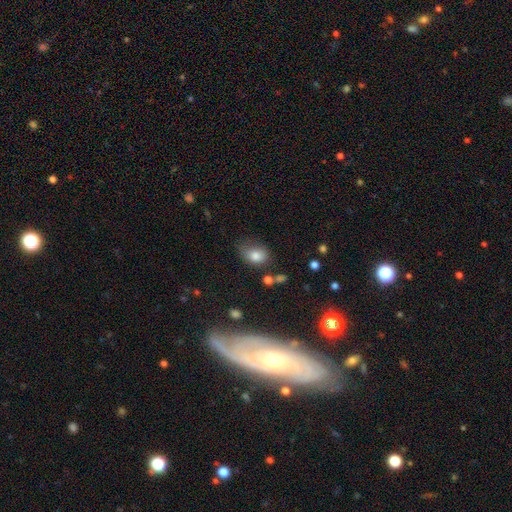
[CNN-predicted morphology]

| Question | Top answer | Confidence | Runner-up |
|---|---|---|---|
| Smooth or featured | smooth | 80% | star or artifact (10%) |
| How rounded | in between | 71% | round (28%) |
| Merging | none | 48% | minor disturbance (33%) |